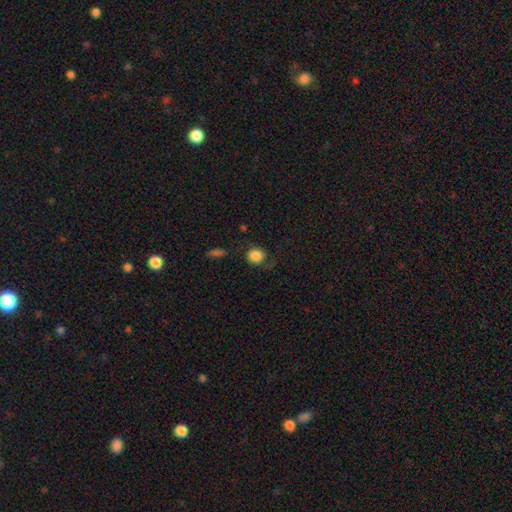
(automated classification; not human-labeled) The model was most divided on "merging": none: 68%, minor disturbance: 18%, major disturbance: 11%, merger: 3%. More confident: how rounded — round (88%); smooth or featured — smooth (83%).